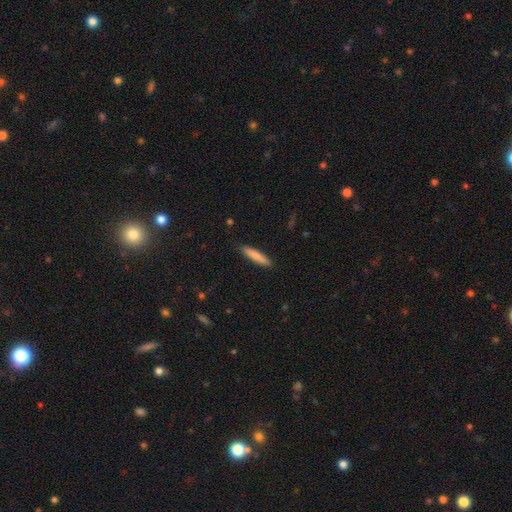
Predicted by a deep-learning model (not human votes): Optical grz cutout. It shows a smooth galaxy with no disk features (80%) that is cigar-shaped (88%). Merging: none (89%).